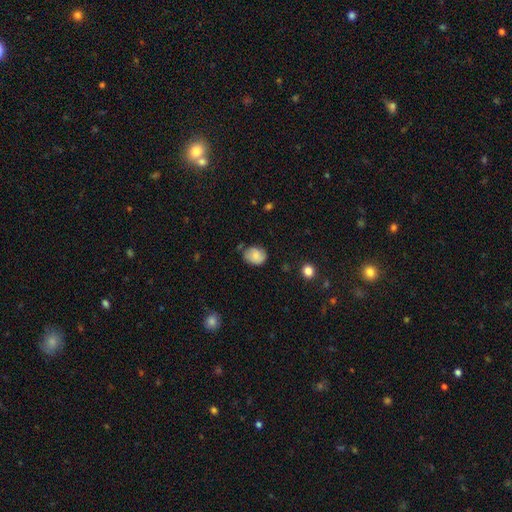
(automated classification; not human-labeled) Overall: smooth (78%). How rounded: in between (56%; round 44%). Merging: none (63%; minor disturbance 29%).